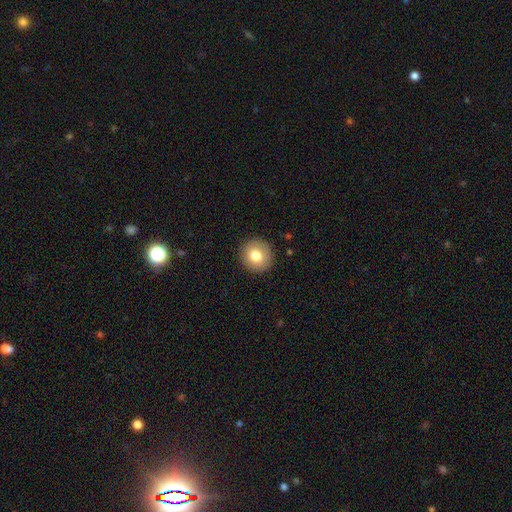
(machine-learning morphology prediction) smooth_or_featured: smooth (p=0.79) [alt: featured or disk p=0.12]
how_rounded: round (p=0.91) [alt: in between p=0.08]
merging: none (p=0.91) [alt: minor disturbance p=0.06]